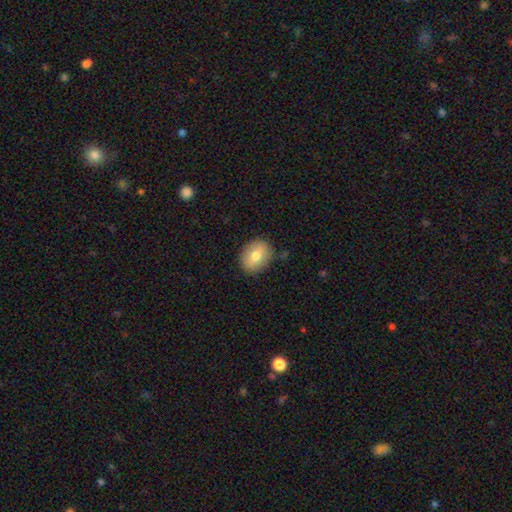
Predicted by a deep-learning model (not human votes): The model was most divided on "how rounded": in between: 60%, round: 39%, cigar-shaped: 1%. More confident: merging — none (83%); smooth or featured — smooth (73%).